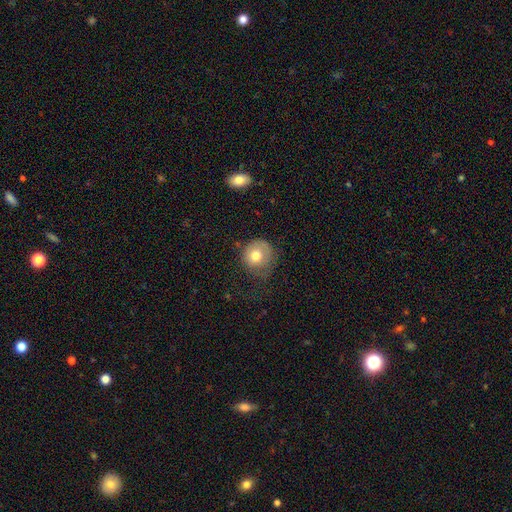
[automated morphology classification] smooth_or_featured: smooth (p=0.73) [alt: featured or disk p=0.19]
how_rounded: round (p=0.88) [alt: in between p=0.11]
merging: none (p=0.55) [alt: minor disturbance p=0.26]